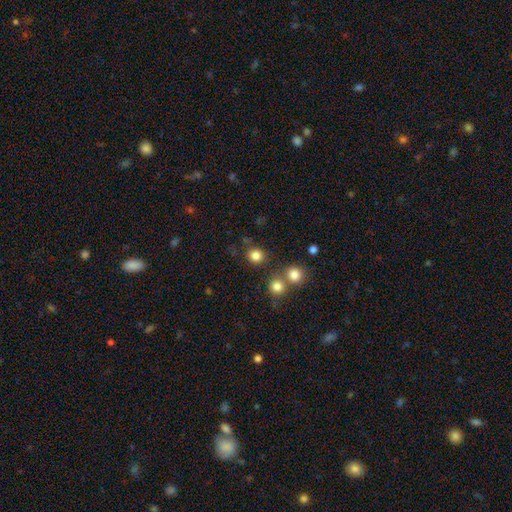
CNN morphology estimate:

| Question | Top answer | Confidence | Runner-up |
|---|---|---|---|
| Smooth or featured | smooth | 82% | star or artifact (13%) |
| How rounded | round | 87% | in between (12%) |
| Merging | none | 78% | merger (11%) |